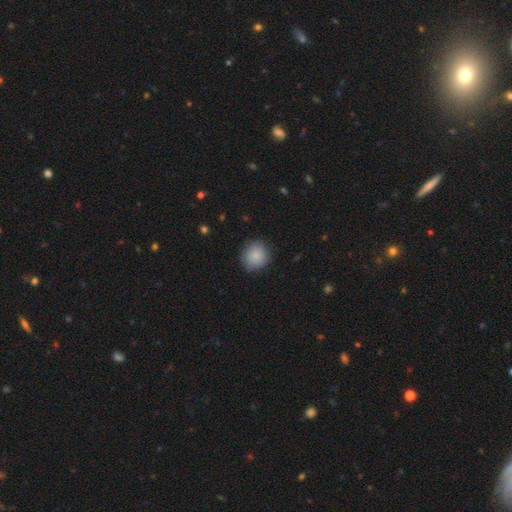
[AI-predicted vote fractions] Smooth or featured?
  - smooth: 87% *
  - star or artifact: 8%
  - featured or disk: 5%
How rounded?
  - round: 82% *
  - in between: 17%
  - cigar-shaped: 1%
Merging?
  - none: 82% *
  - minor disturbance: 14%
  - major disturbance: 3%
  - merger: 1%